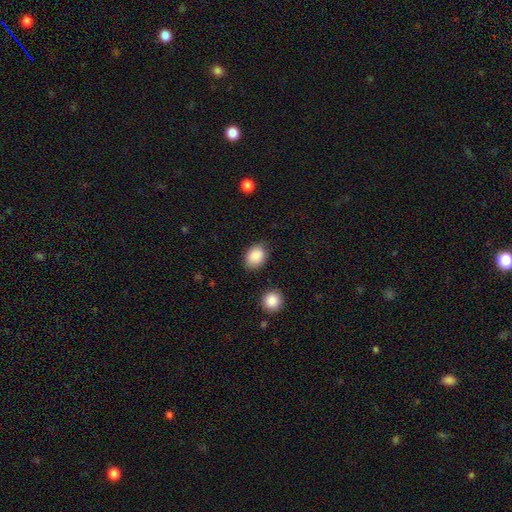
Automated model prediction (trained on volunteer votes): Smooth or featured: smooth — 88% (star or artifact — 8%)
How rounded: in between — 67% (round — 32%)
Merging: none — 81% (minor disturbance — 13%)